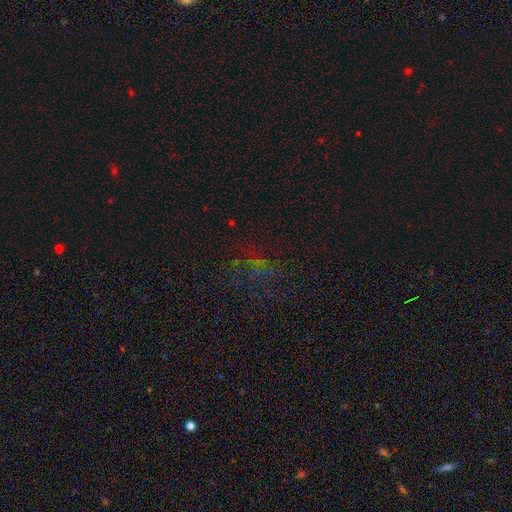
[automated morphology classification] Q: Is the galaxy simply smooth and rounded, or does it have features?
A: star or artifact — 52%.